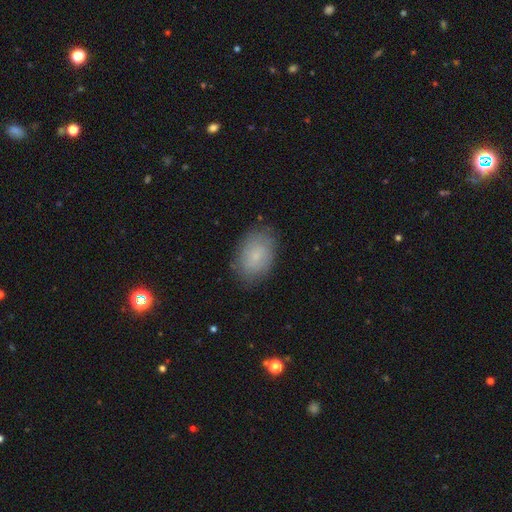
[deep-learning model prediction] Smooth or featured? Predicted: smooth (p=0.69). How rounded? Predicted: in between (p=0.85). Merging? Predicted: none (p=0.80).